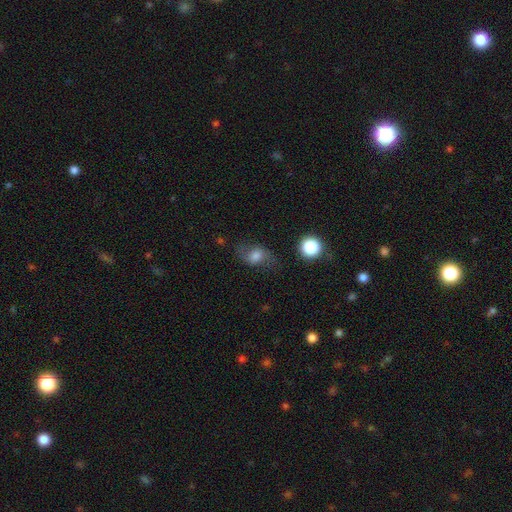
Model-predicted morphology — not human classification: This is possibly a smooth galaxy (49%). Merging: likely none (62%).